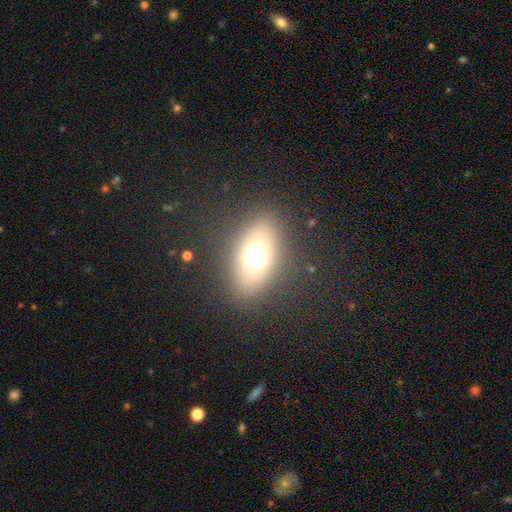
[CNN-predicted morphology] smooth 60%, featured or disk 21%, star or artifact 19%. Down the decision tree: how rounded — in between (69%); merging — none (84%).